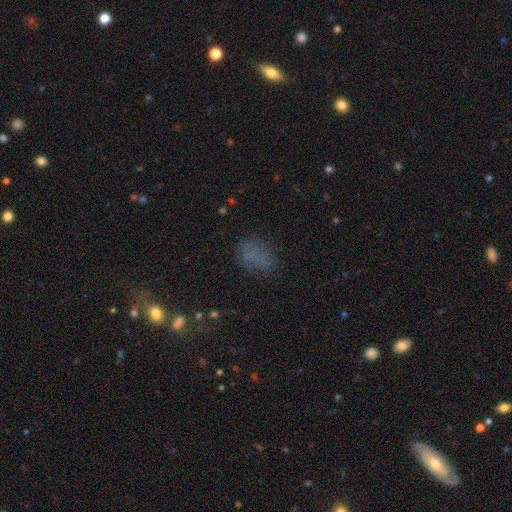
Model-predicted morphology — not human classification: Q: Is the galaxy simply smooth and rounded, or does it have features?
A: smooth — 66%.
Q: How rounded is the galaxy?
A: in between — 77%.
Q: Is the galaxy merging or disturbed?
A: none — 69%.